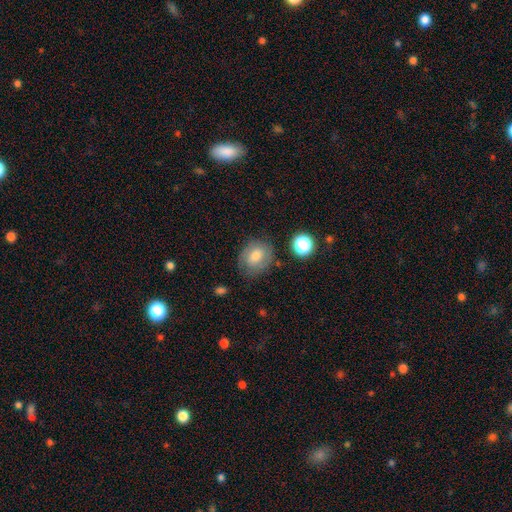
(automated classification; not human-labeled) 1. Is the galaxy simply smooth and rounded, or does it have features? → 62% smooth, 27% featured or disk, 11% star or artifact.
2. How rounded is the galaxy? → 62% round, 37% in between, 1% cigar-shaped.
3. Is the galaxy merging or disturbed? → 71% none, 20% minor disturbance, 7% major disturbance, 3% merger.